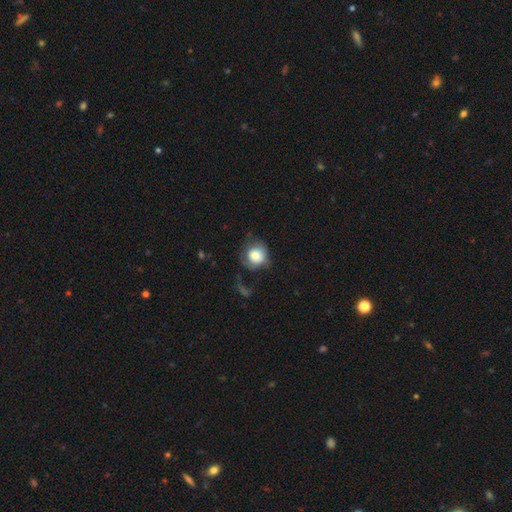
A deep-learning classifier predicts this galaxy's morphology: Smooth or featured?
  - smooth: 78% *
  - featured or disk: 15%
  - star or artifact: 7%
How rounded?
  - round: 83% *
  - in between: 16%
  - cigar-shaped: 1%
Merging?
  - none: 44% *
  - minor disturbance: 27%
  - major disturbance: 26%
  - merger: 3%